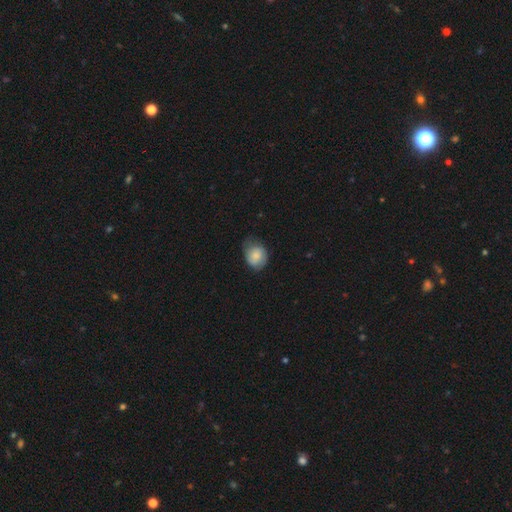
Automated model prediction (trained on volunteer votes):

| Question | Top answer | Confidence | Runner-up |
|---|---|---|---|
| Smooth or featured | smooth | 76% | featured or disk (17%) |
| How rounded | round | 52% | in between (48%) |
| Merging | none | 52% | minor disturbance (36%) |